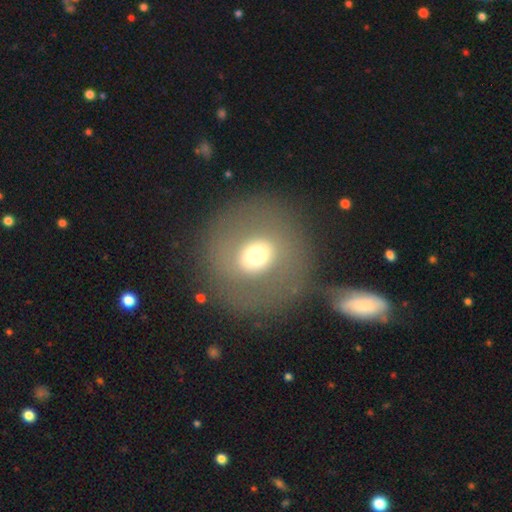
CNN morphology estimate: Smooth or featured: smooth — 55% (featured or disk — 32%)
How rounded: round — 80% (in between — 19%)
Merging: none — 76% (minor disturbance — 10%)